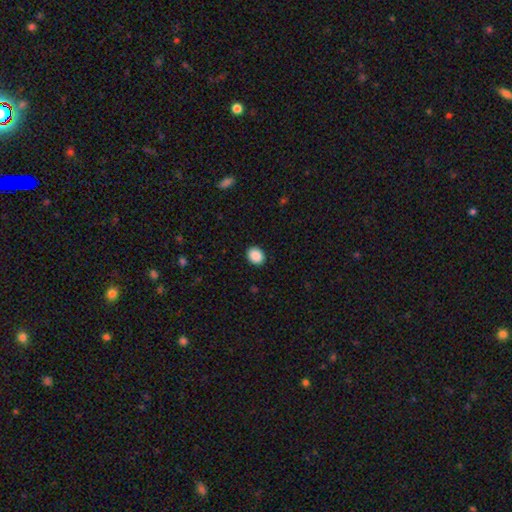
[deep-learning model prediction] Smooth or featured: smooth — 90% (star or artifact — 8%)
How rounded: round — 60% (in between — 40%)
Merging: none — 92% (minor disturbance — 6%)